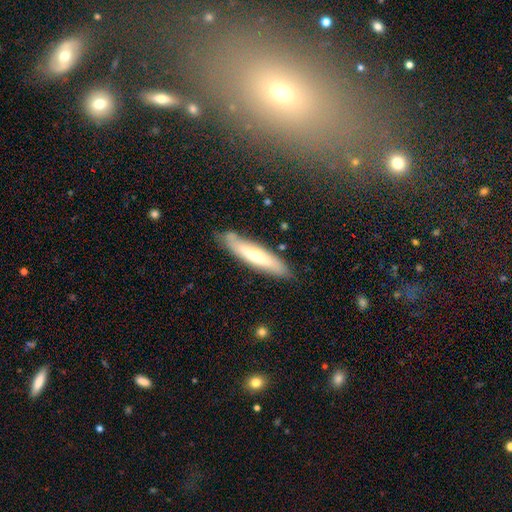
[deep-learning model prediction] This is possibly a smooth galaxy (49%). Merging: likely none (78%).